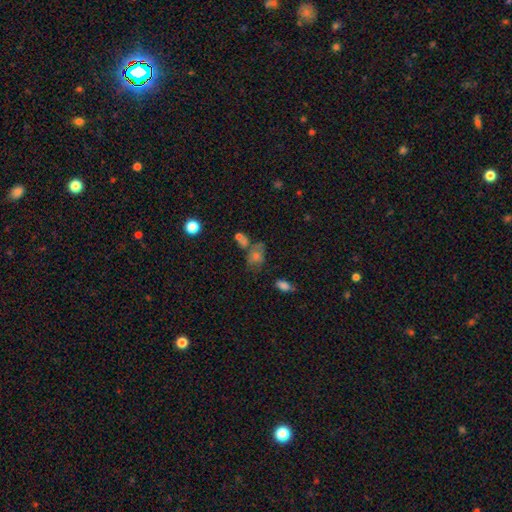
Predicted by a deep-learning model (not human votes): Q: Smooth or featured?
A: smooth (43%); runner-up: star or artifact (30%)
Q: Merging?
A: none (51%); runner-up: merger (23%)